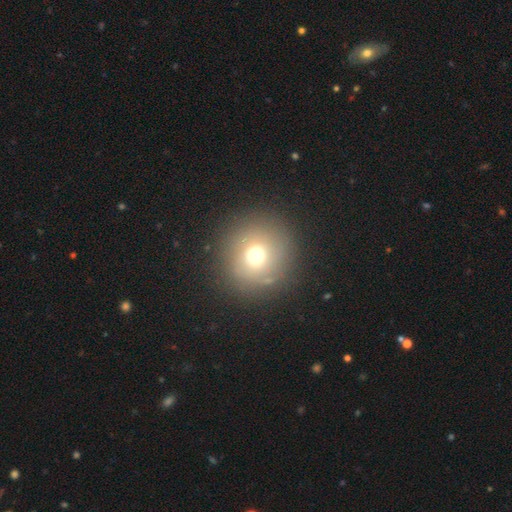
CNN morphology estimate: Smooth or featured?
  - smooth: 68% *
  - star or artifact: 18%
  - featured or disk: 13%
How rounded?
  - round: 93% *
  - in between: 6%
  - cigar-shaped: 1%
Merging?
  - none: 86% *
  - minor disturbance: 8%
  - major disturbance: 4%
  - merger: 2%